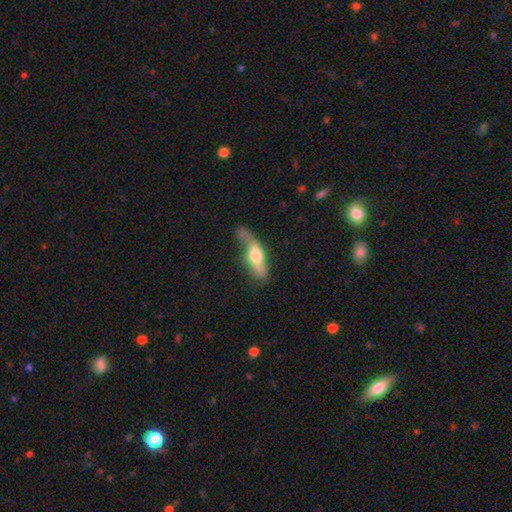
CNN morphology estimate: smooth-or-featured: smooth: 51% | featured or disk: 43% | star or artifact: 6%
  how-rounded: in between: 50% | cigar-shaped: 46% | round: 5%
  merging: none: 34% | minor disturbance: 30% | major disturbance: 29% | merger: 7%